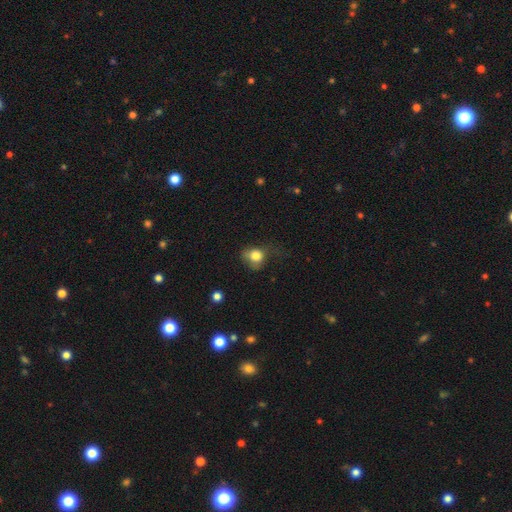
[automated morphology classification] This appears to be a smooth galaxy with no disk features (79%) that is round (62%). Merging: none (38%).